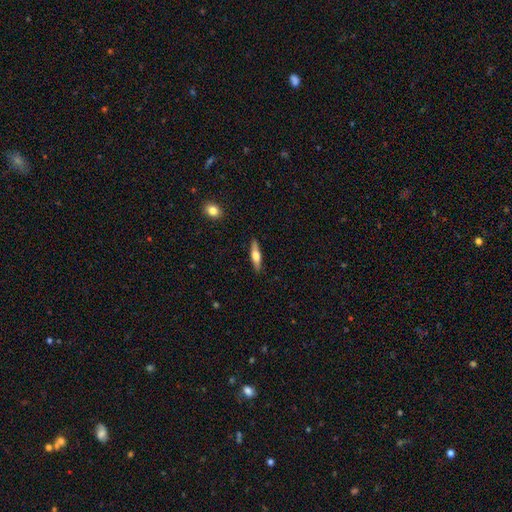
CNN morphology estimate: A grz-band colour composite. It shows a smooth galaxy with no disk features (51%) that is cigar-shaped (72%). Merging: none (89%).